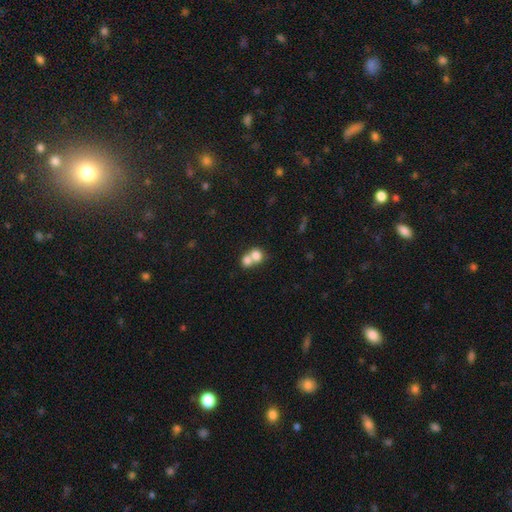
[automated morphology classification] Smooth or featured? Predicted: smooth (p=0.75). How rounded? Predicted: round (p=0.67). Merging? Predicted: merger (p=0.68).